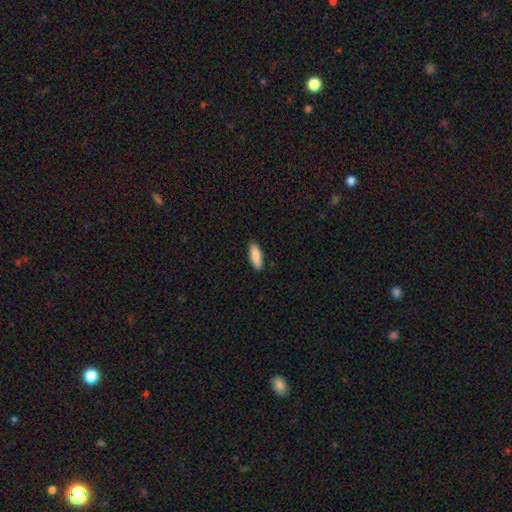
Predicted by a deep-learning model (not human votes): Smooth or featured? Predicted: smooth (p=0.89). How rounded? Predicted: in between (p=0.64). Merging? Predicted: none (p=0.89).